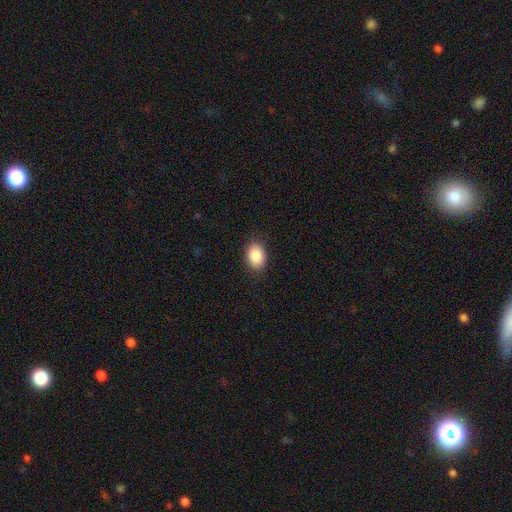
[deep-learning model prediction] A smooth galaxy with no disk features (88%) that is in between round and cigar-shaped (79%).

Vote fractions:
- Smooth or featured? smooth: 88% / star or artifact: 7% / featured or disk: 5%
- How rounded? in between: 79% / round: 19% / cigar-shaped: 1%
- Merging? none: 87% / minor disturbance: 9% / major disturbance: 2% / merger: 1%